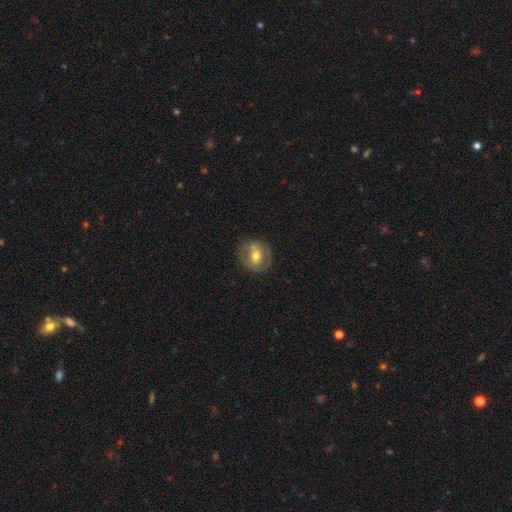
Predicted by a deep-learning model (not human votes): smooth_or_featured: featured or disk (p=0.56) [alt: smooth p=0.38]
disk_edge_on: no (p=0.95) [alt: yes p=0.05]
bar: no (p=0.40) [alt: weak p=0.36]
has_spiral_arms: no (p=0.63) [alt: yes p=0.37]
bulge_size: moderate (p=0.71) [alt: small p=0.21]
merging: none (p=0.74) [alt: minor disturbance p=0.16]